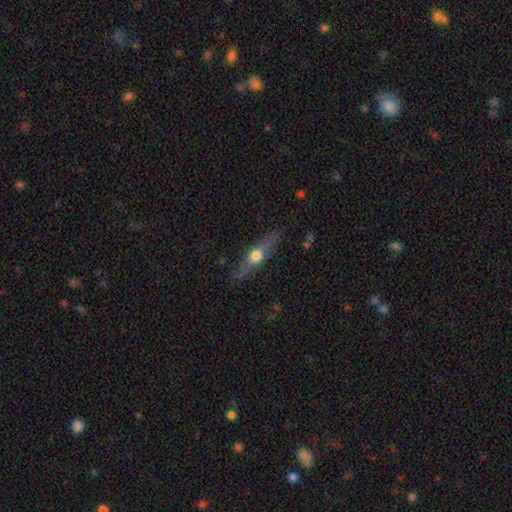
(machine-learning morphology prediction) A featured or disk galaxy (57%) viewed edge-on (88%) with a rounded central bulge (93%). Merging: none (80%).